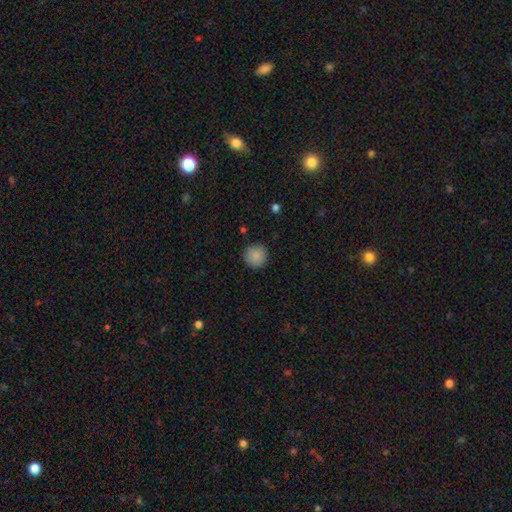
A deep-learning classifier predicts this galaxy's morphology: Smooth or featured? Predicted: smooth (p=0.88). How rounded? Predicted: round (p=0.95). Merging? Predicted: none (p=0.90).